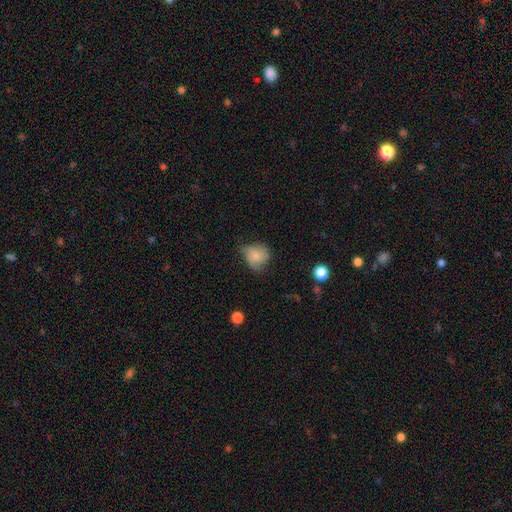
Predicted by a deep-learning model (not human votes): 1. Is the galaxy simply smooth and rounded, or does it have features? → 69% smooth, 23% featured or disk, 9% star or artifact.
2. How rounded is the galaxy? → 65% round, 34% in between, 1% cigar-shaped.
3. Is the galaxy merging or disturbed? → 42% minor disturbance, 41% none, 15% major disturbance, 2% merger.